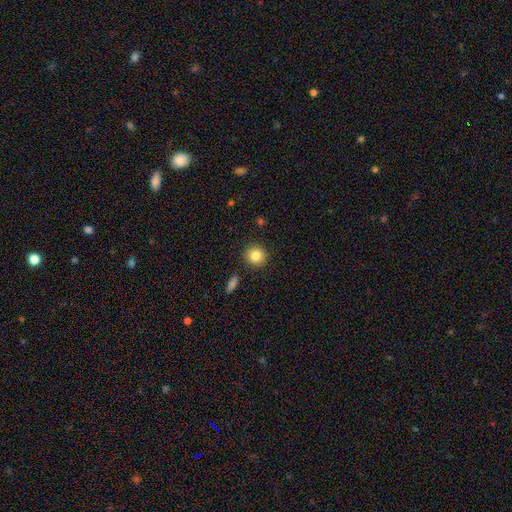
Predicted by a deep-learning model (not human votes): Overall: smooth (83%). How rounded: round (92%). Merging: none (90%).